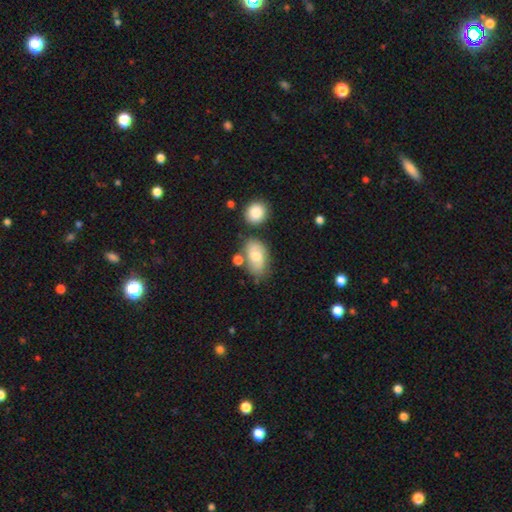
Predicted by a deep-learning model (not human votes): smooth 63%, featured or disk 29%, star or artifact 8%. Down the decision tree: how rounded — in between (86%); merging — none (59%).